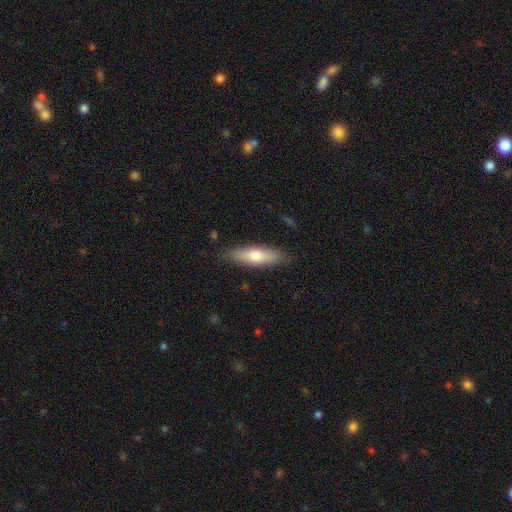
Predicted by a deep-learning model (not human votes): This is likely a smooth galaxy (66%). How rounded: likely cigar-shaped (62%). Merging: clearly none (86%).